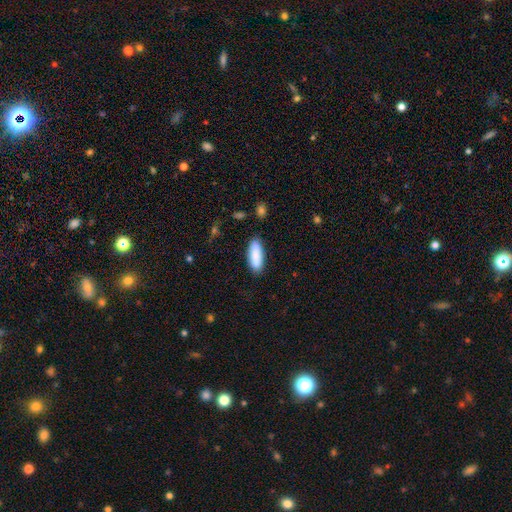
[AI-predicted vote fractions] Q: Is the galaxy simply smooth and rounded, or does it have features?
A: smooth — 88%.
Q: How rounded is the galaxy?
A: in between — 69%.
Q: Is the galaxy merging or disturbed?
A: none — 84%.